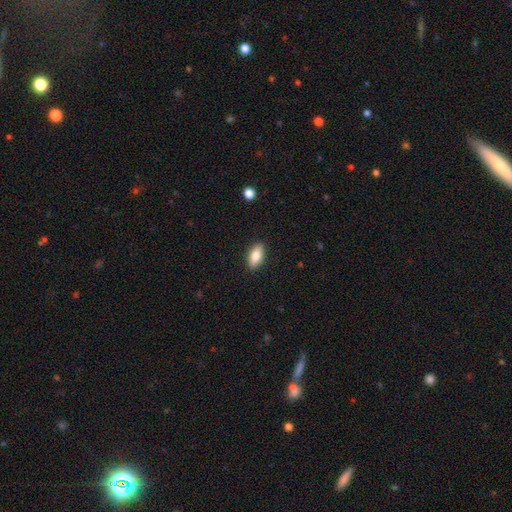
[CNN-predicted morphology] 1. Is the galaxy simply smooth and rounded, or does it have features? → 80% smooth, 13% featured or disk, 7% star or artifact.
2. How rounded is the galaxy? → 86% in between, 11% cigar-shaped, 3% round.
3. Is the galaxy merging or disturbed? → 89% none, 8% minor disturbance, 2% major disturbance, 1% merger.